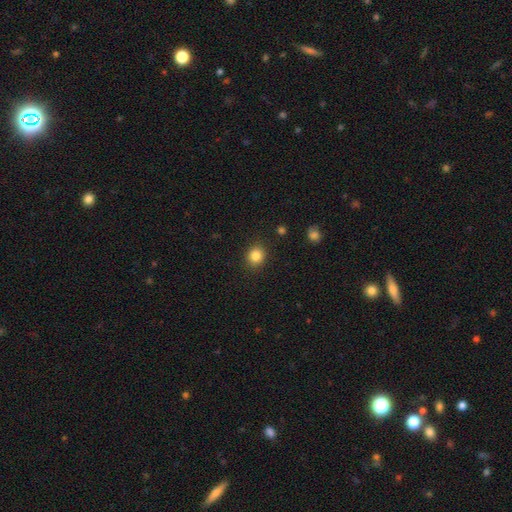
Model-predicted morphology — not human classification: smooth-or-featured: smooth: 85% | star or artifact: 11% | featured or disk: 5%
  how-rounded: round: 81% | in between: 18% | cigar-shaped: 1%
  merging: none: 89% | minor disturbance: 7% | major disturbance: 2% | merger: 1%